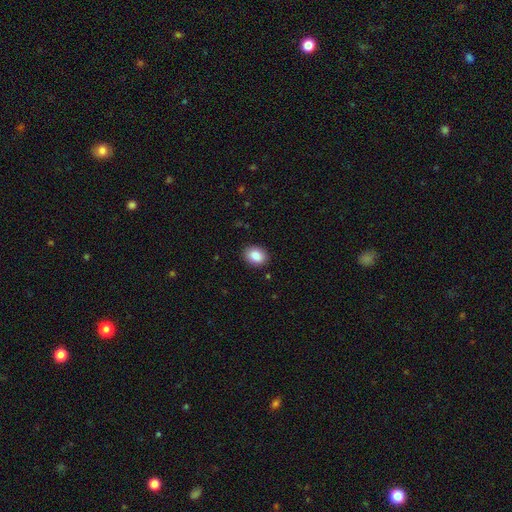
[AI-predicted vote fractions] Smooth or featured? smooth (86%)
How rounded? in between (64%)
Merging? none (89%)